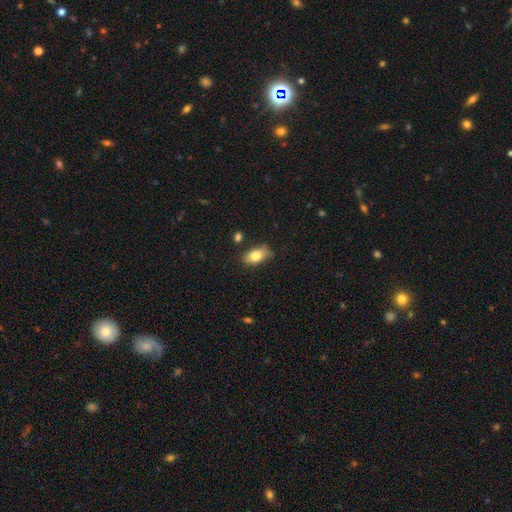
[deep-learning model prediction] This is clearly a smooth galaxy (81%). How rounded: clearly in between (90%). Merging: likely none (73%).